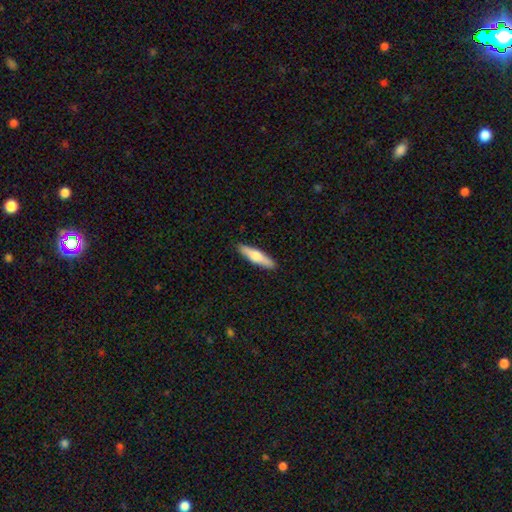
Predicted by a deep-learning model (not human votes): Smooth or featured? smooth (59%)
How rounded? cigar-shaped (79%)
Merging? none (90%)